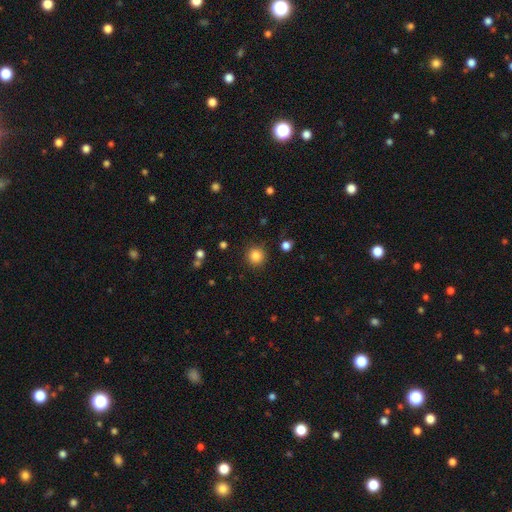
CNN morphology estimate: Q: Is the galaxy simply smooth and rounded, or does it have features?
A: smooth — 84%.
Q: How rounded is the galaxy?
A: round — 94%.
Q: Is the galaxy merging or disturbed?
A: none — 90%.